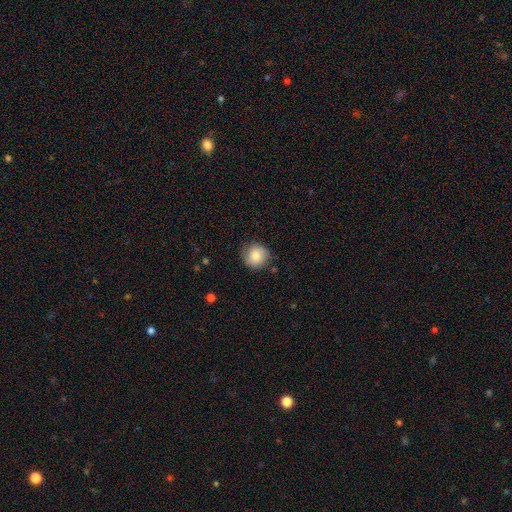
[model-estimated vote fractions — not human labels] This appears to be a smooth galaxy with no disk features (78%) that is round (91%). Merging: none (80%).